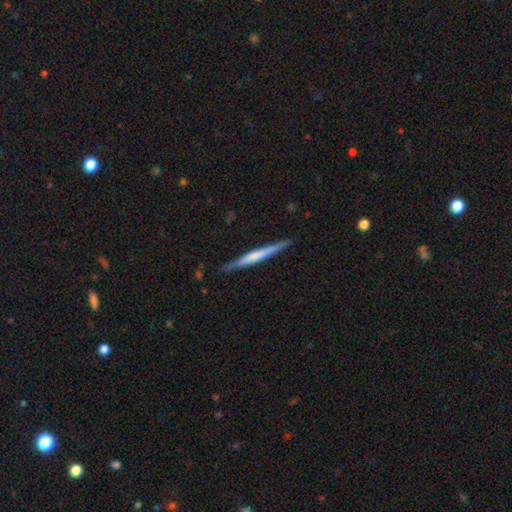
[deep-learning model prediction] Smooth or featured? featured or disk (58%)
Edge-on disk? yes (97%)
Edge-on bulge? none (47%)
Merging? none (86%)